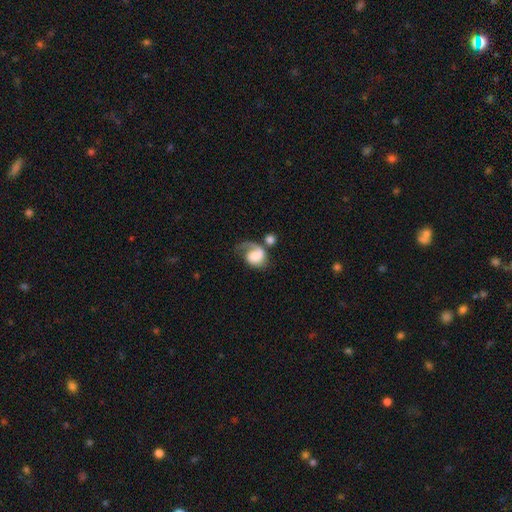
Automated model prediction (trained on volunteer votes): Q: Smooth or featured?
A: featured or disk (50%); runner-up: smooth (43%)
Q: Merging?
A: major disturbance (34%); runner-up: none (28%)